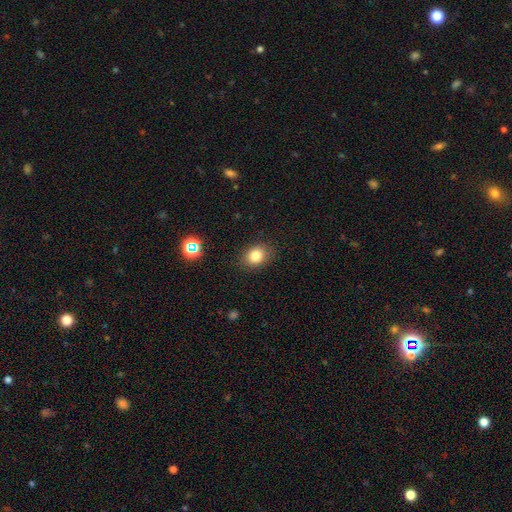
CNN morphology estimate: Smooth or featured: smooth — 82% (star or artifact — 12%)
How rounded: in between — 50% (round — 49%)
Merging: none — 85% (minor disturbance — 10%)